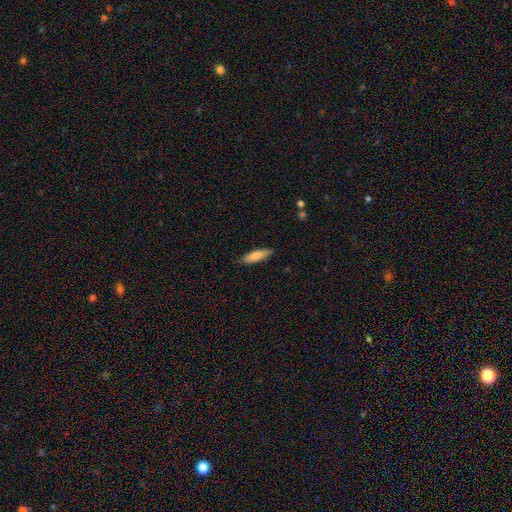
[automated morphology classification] Smooth or featured?
  - smooth: 79% *
  - featured or disk: 15%
  - star or artifact: 6%
How rounded?
  - cigar-shaped: 61% *
  - in between: 38%
  - round: 2%
Merging?
  - none: 85% *
  - minor disturbance: 12%
  - major disturbance: 2%
  - merger: 1%